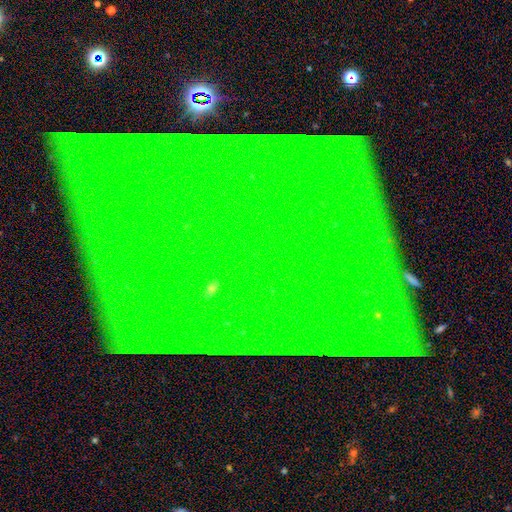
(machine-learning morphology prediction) The model was most divided on "smooth or featured": star or artifact: 81%, featured or disk: 11%, smooth: 9%.